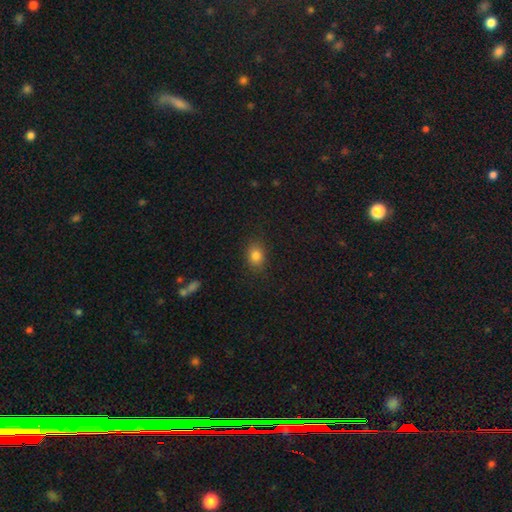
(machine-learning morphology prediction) Q: Smooth or featured?
A: smooth (83%); runner-up: star or artifact (11%)
Q: How rounded?
A: in between (63%); runner-up: round (36%)
Q: Merging?
A: none (85%); runner-up: minor disturbance (10%)